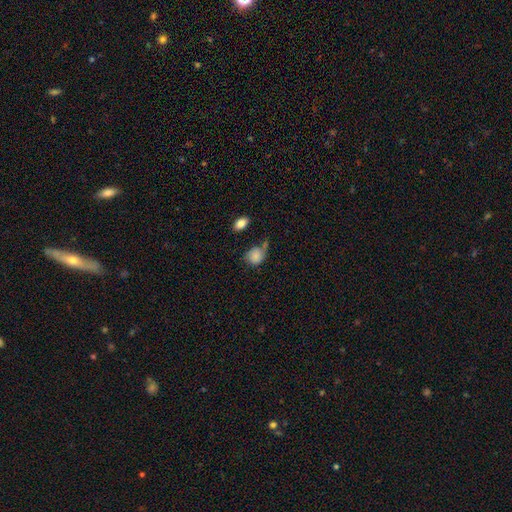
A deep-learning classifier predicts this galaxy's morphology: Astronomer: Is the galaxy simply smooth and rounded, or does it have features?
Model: smooth — 80%.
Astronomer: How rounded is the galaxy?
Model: round — 62%.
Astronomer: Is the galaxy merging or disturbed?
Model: none — 41% (runner-up: minor disturbance, 29%).